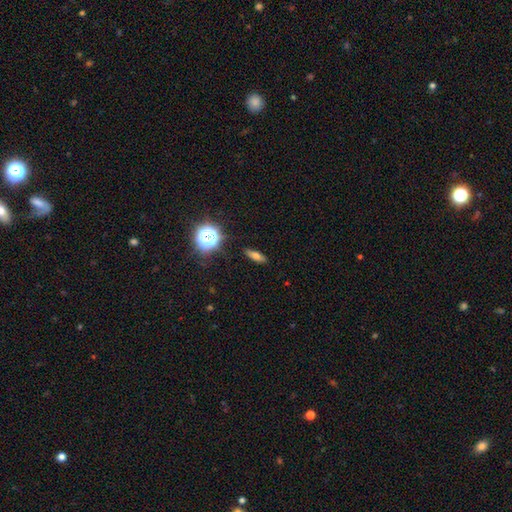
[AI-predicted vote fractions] Q: Smooth or featured?
A: smooth (63%); runner-up: star or artifact (19%)
Q: How rounded?
A: in between (48%); runner-up: cigar-shaped (42%)
Q: Merging?
A: none (87%); runner-up: minor disturbance (9%)